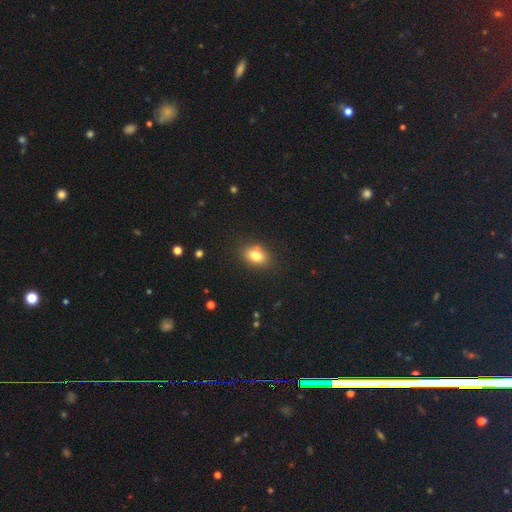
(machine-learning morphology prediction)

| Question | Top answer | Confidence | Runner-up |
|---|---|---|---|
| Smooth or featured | smooth | 79% | star or artifact (11%) |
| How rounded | in between | 73% | round (25%) |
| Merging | none | 79% | minor disturbance (13%) |